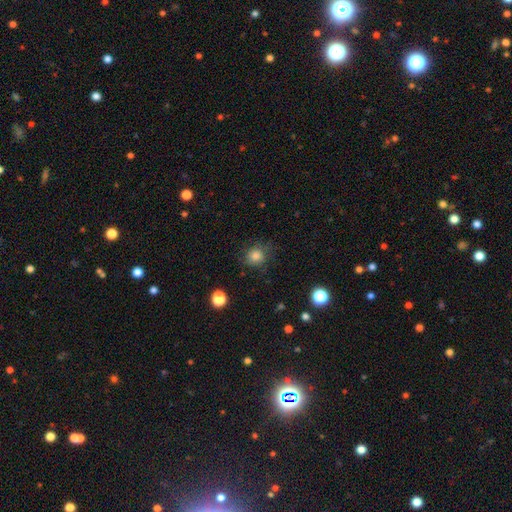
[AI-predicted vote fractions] Smooth or featured: smooth — 83% (star or artifact — 12%)
How rounded: round — 86% (in between — 13%)
Merging: none — 76% (minor disturbance — 16%)